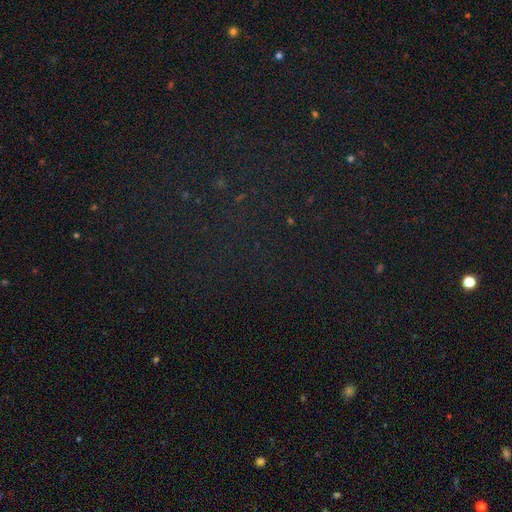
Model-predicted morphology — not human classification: Smooth or featured? Predicted: star or artifact (p=0.76).